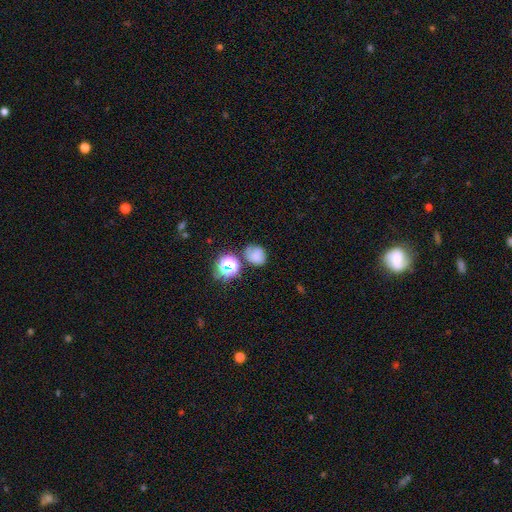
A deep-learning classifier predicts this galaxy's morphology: Smooth or featured? Predicted: smooth (p=0.64). How rounded? Predicted: round (p=0.53). Merging? Predicted: none (p=0.58).